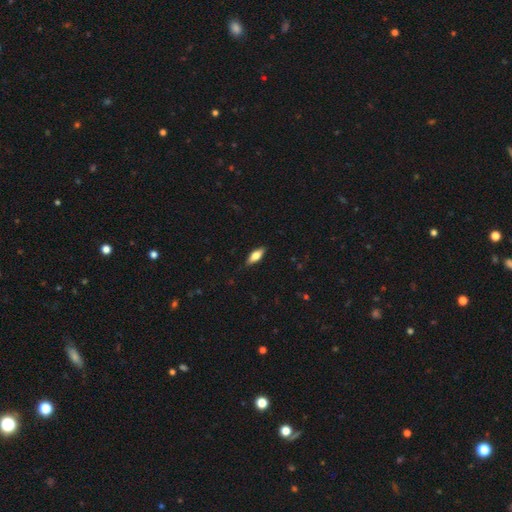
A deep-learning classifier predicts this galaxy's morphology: This is likely a smooth galaxy (67%). How rounded: likely in between (72%). Merging: clearly none (86%).